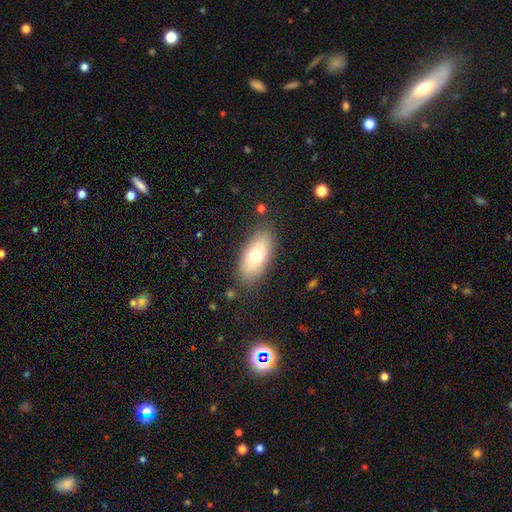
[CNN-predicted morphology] smooth_or_featured: smooth (p=0.69) [alt: featured or disk p=0.23]
how_rounded: in between (p=0.86) [alt: cigar-shaped p=0.09]
merging: none (p=0.82) [alt: minor disturbance p=0.12]